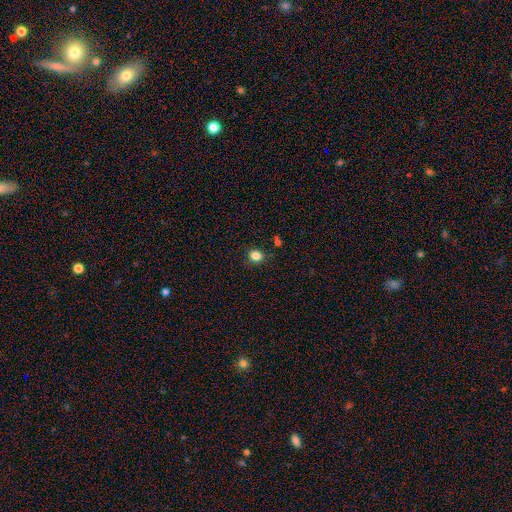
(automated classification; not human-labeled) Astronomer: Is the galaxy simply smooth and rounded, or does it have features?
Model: smooth — 82%.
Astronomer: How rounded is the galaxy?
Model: round — 77%.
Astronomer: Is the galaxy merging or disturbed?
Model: none — 85%.